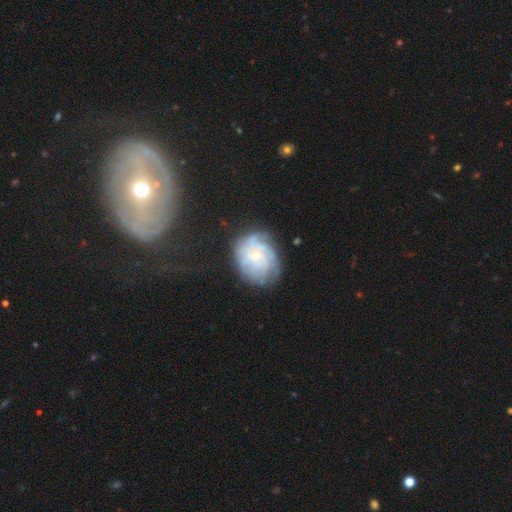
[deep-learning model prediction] This is likely a featured or disk galaxy (74%). It is clearly not viewed edge-on (97%). Bar: likely no (76%). Spiral arm pattern: clearly yes (92%). Spiral arm count: marginally can't tell (41%). Spiral winding: likely tight (67%). Central bulge: likely small (79%). Merging: likely none (70%).